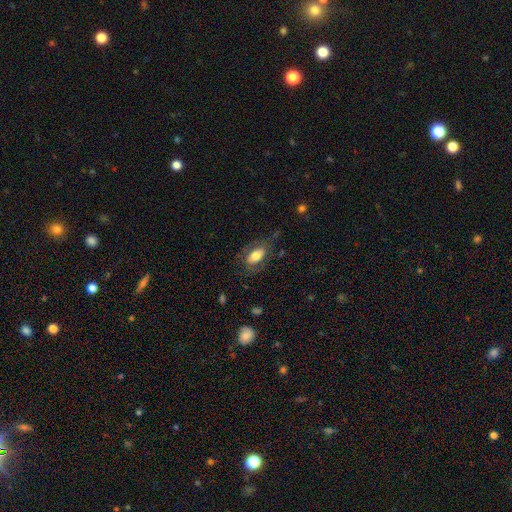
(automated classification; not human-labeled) smooth_or_featured: smooth (p=0.62) [alt: featured or disk p=0.31]
how_rounded: in between (p=0.90) [alt: round p=0.06]
merging: none (p=0.63) [alt: minor disturbance p=0.20]